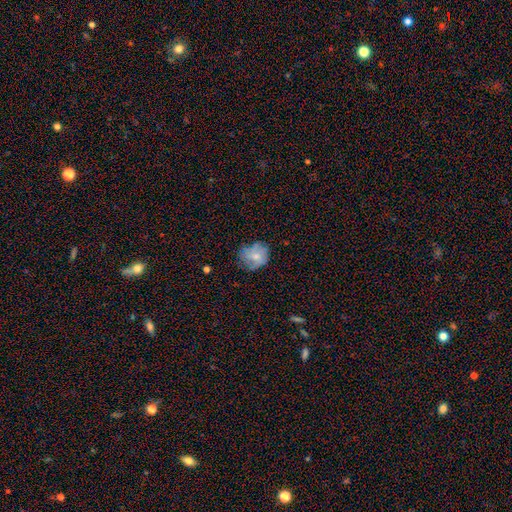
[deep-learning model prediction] Overall: smooth (62%; featured or disk 28%). How rounded: round (68%; in between 31%). Merging: none (57%; minor disturbance 28%).